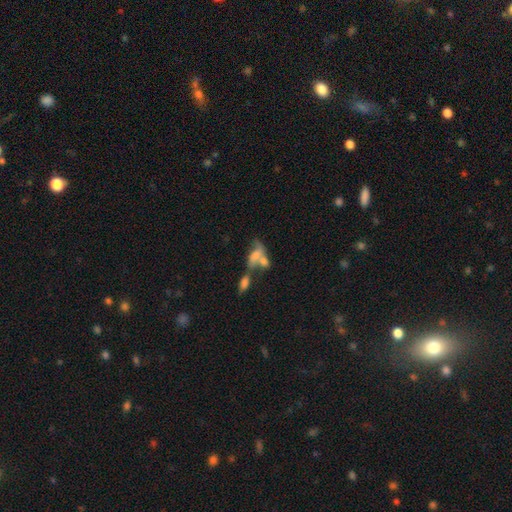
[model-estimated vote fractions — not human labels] Smooth or featured? Predicted: smooth (p=0.47). Merging? Predicted: merger (p=0.59).